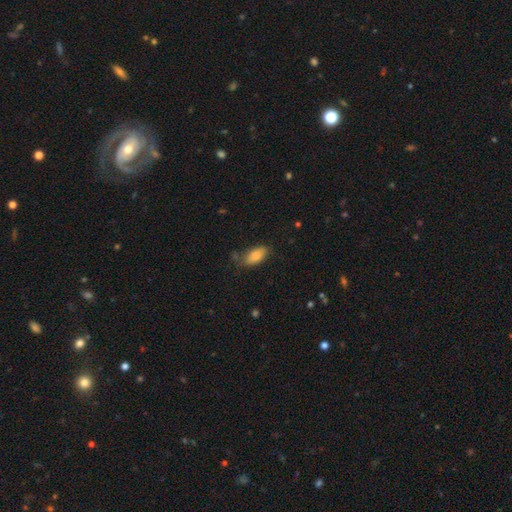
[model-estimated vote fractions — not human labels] smooth_or_featured: smooth (p=0.83) [alt: featured or disk p=0.10]
how_rounded: in between (p=0.89) [alt: cigar-shaped p=0.08]
merging: none (p=0.69) [alt: minor disturbance p=0.22]